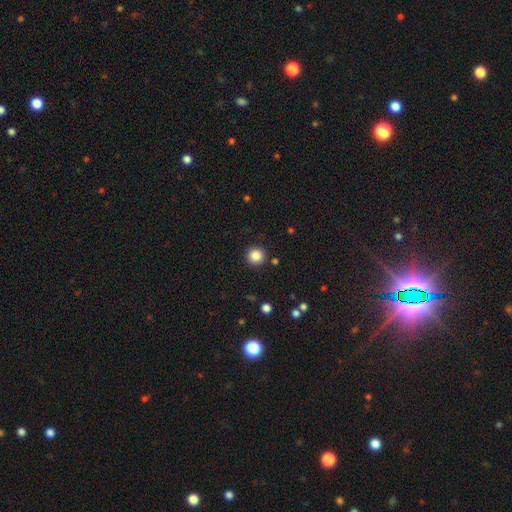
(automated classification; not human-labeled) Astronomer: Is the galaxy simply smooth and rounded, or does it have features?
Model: smooth — 86%.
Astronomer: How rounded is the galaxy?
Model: round — 96%.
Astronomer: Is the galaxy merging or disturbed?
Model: none — 91%.